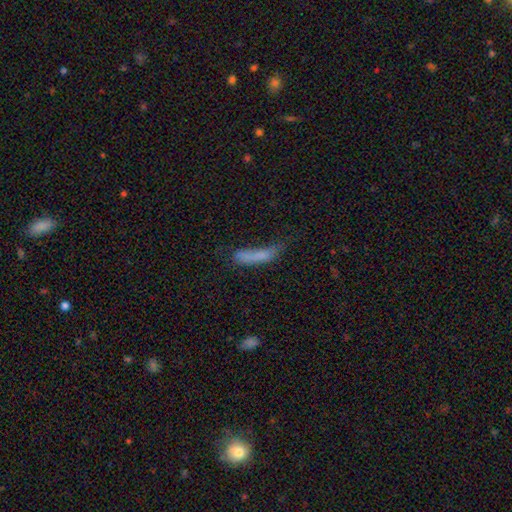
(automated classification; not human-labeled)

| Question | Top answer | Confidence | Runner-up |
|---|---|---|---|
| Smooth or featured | smooth | 68% | featured or disk (20%) |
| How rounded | cigar-shaped | 72% | in between (25%) |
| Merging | none | 35% | major disturbance (30%) |